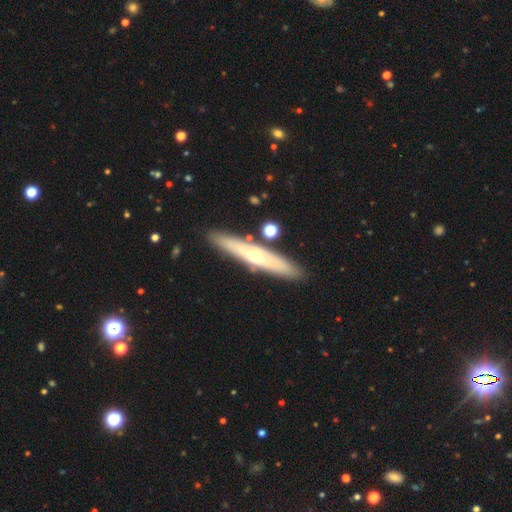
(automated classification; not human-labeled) featured or disk 54%, smooth 39%, star or artifact 7%. Down the decision tree: edge-on disk — yes (82%); merging — none (86%).